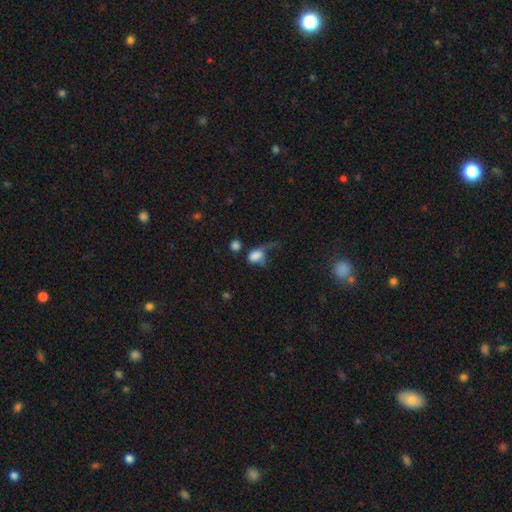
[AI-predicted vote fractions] Smooth or featured: smooth — 71% (featured or disk — 17%)
How rounded: in between — 76% (round — 20%)
Merging: major disturbance — 47% (none — 20%)